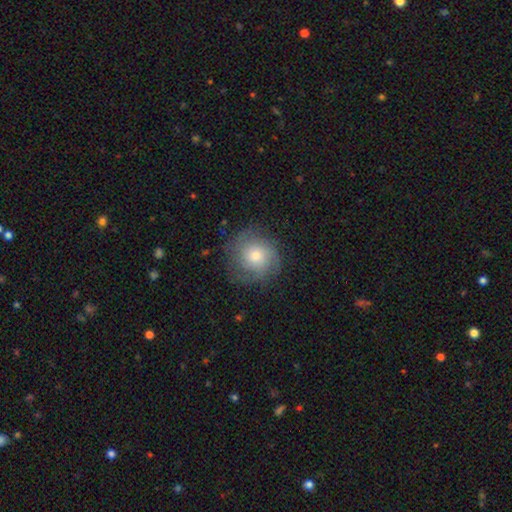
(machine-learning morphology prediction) A featured or disk galaxy (47%). Merging: none (77%).